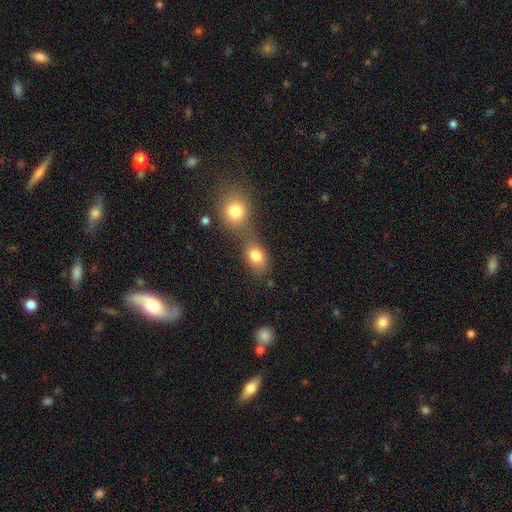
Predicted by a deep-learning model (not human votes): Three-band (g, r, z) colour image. It shows a smooth galaxy with no disk features (81%) that is in between round and cigar-shaped (63%). Merging: merger (48%).